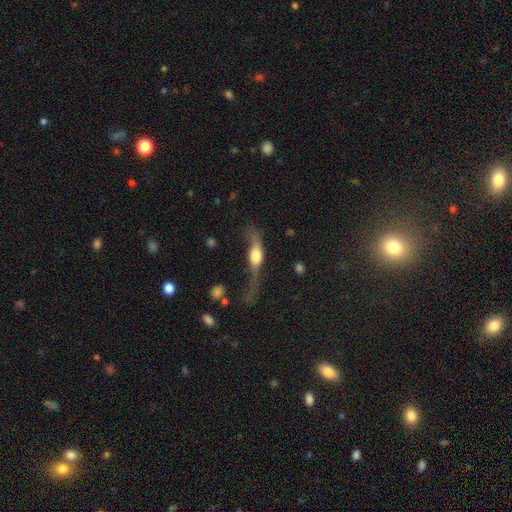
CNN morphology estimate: Smooth or featured? Predicted: featured or disk (p=0.49). Merging? Predicted: major disturbance (p=0.41).